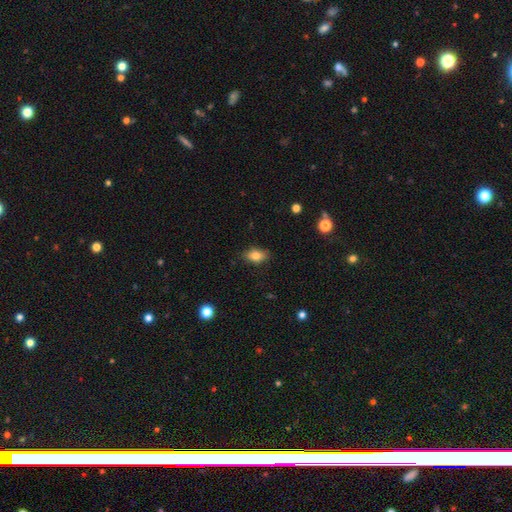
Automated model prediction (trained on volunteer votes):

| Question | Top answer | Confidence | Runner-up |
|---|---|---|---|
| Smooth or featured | smooth | 81% | featured or disk (10%) |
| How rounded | in between | 85% | round (10%) |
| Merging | none | 84% | minor disturbance (12%) |